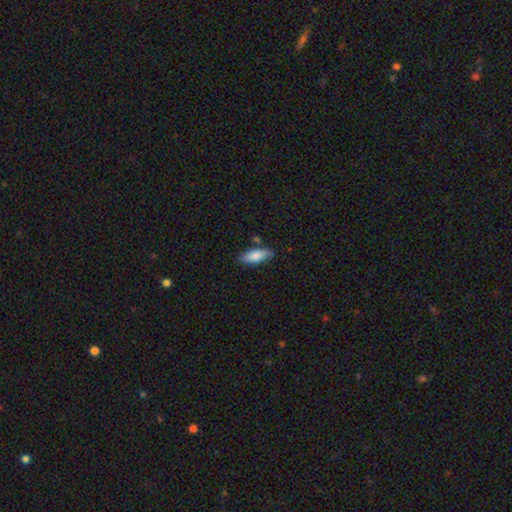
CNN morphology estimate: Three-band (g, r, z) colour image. It shows a smooth galaxy with no disk features (78%) that is in between round and cigar-shaped (65%). Merging: none (77%).